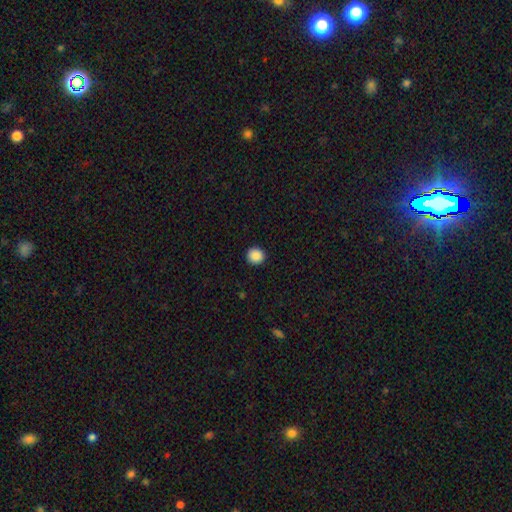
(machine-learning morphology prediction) Smooth or featured: smooth — 88% (star or artifact — 9%)
How rounded: round — 93% (in between — 6%)
Merging: none — 93% (minor disturbance — 5%)